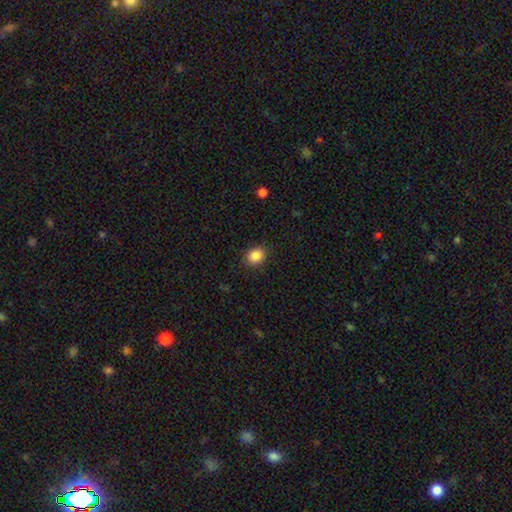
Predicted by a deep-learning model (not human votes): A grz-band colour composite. It shows a smooth galaxy with no disk features (87%) that is round (65%). Merging: none (88%).